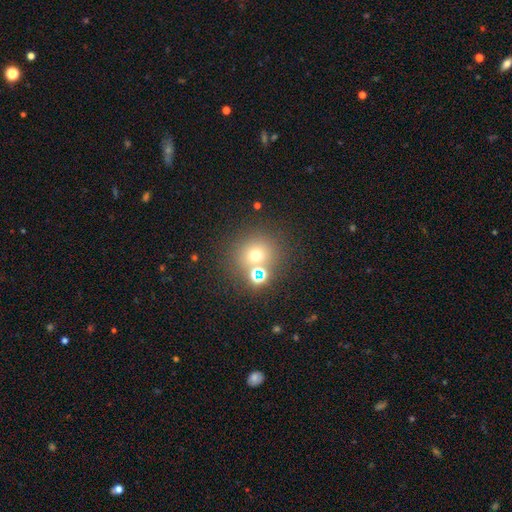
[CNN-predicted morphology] smooth-or-featured: smooth: 62% | star or artifact: 27% | featured or disk: 11%
  how-rounded: round: 86% | in between: 13% | cigar-shaped: 1%
  merging: none: 68% | merger: 19% | minor disturbance: 8% | major disturbance: 4%